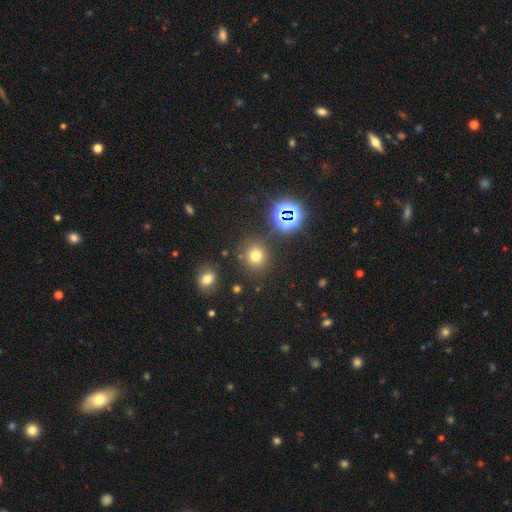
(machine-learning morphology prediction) type=smooth (67%); roundness=round (89%); merging=none (82%).